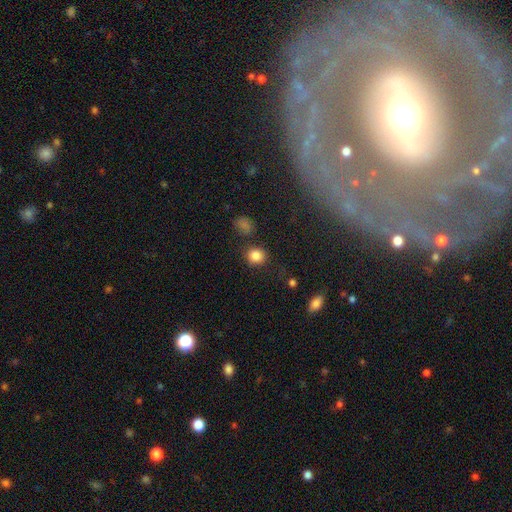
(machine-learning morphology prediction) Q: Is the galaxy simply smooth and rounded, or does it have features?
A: smooth — 84%.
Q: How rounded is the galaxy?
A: round — 84%.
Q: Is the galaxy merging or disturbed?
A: none — 82%.